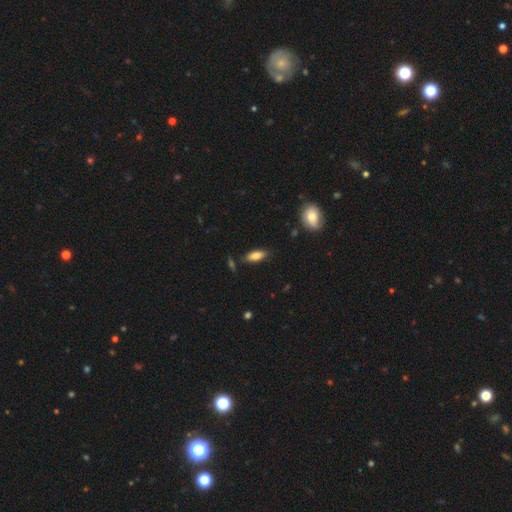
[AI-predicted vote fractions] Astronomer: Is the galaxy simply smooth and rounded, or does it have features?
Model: smooth — 78%.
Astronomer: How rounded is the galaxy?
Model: in between — 73%.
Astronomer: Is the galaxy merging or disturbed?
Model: none — 80%.